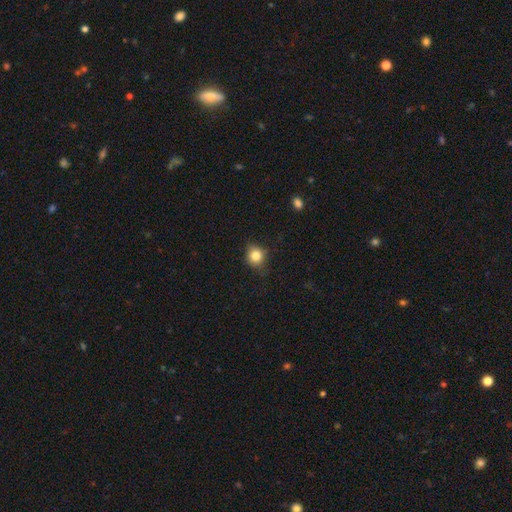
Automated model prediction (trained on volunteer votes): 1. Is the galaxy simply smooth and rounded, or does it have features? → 82% smooth, 11% star or artifact, 7% featured or disk.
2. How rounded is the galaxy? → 76% round, 23% in between, 1% cigar-shaped.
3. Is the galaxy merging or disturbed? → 78% none, 17% minor disturbance, 4% major disturbance, 1% merger.